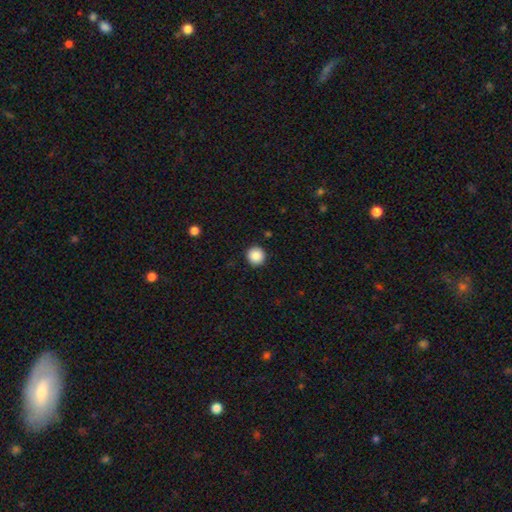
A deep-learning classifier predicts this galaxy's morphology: The model was most divided on "smooth or featured": smooth: 88%, star or artifact: 9%, featured or disk: 3%. More confident: how rounded — round (95%); merging — none (92%).